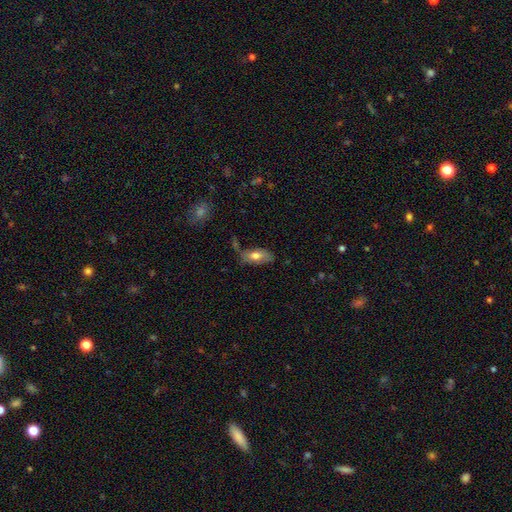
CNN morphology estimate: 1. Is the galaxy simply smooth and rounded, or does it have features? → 68% smooth, 25% featured or disk, 7% star or artifact.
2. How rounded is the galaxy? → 88% in between, 9% cigar-shaped, 4% round.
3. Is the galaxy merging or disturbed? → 56% none, 25% minor disturbance, 10% merger, 10% major disturbance.